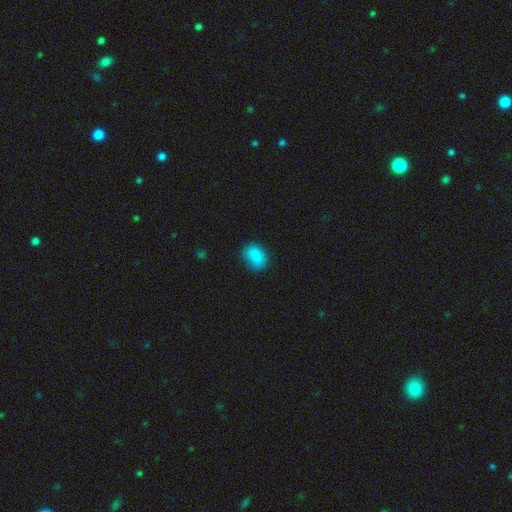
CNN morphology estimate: The model was most divided on "how rounded": in between: 71%, round: 28%, cigar-shaped: 1%. More confident: smooth or featured — smooth (85%); merging — none (71%).